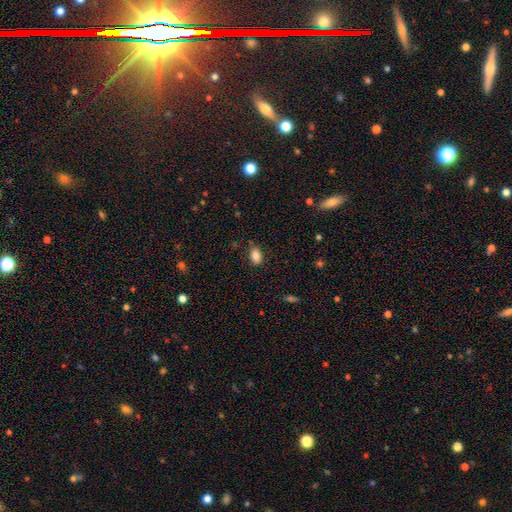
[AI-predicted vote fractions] Smooth or featured? smooth (85%)
How rounded? in between (86%)
Merging? none (83%)